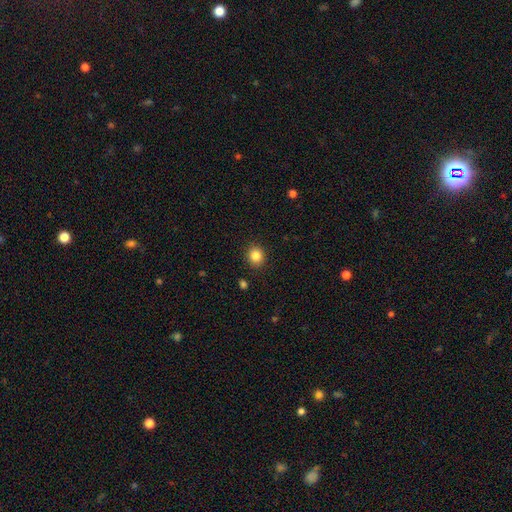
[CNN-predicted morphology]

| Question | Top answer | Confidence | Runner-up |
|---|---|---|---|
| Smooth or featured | smooth | 85% | star or artifact (10%) |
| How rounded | round | 81% | in between (19%) |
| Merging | none | 90% | minor disturbance (6%) |